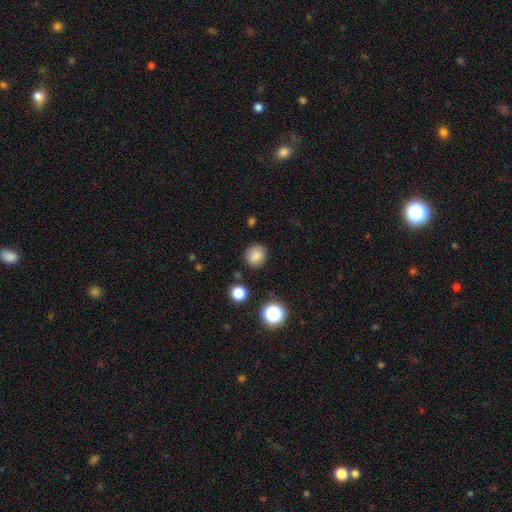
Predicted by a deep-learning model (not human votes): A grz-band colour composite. It shows a smooth galaxy with no disk features (83%) that is round (82%). Merging: none (85%).